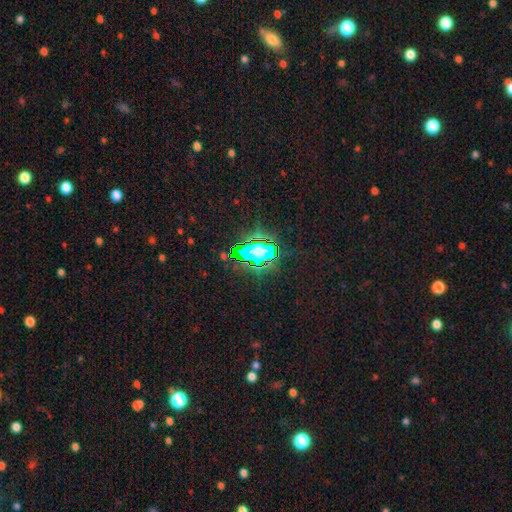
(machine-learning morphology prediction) Smooth or featured? Predicted: star or artifact (p=0.61).